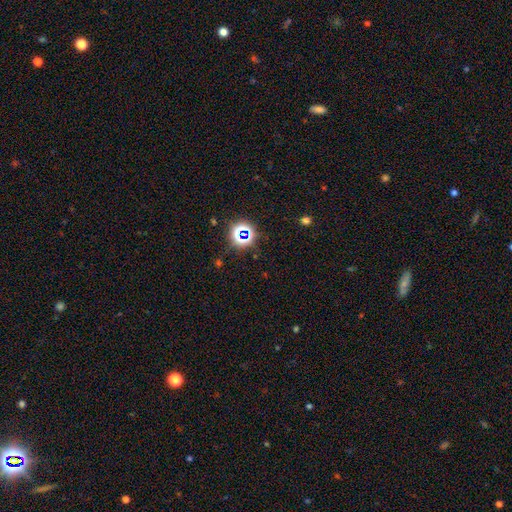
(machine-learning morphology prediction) A star or artifact, not a galaxy (74%).

Vote fractions:
- Smooth or featured? star or artifact: 74% / smooth: 18% / featured or disk: 8%